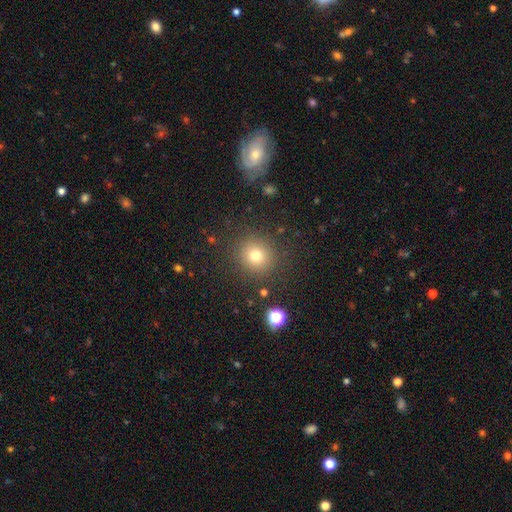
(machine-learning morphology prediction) A smooth galaxy with no disk features (75%) that is round (90%). Merging: none (88%).